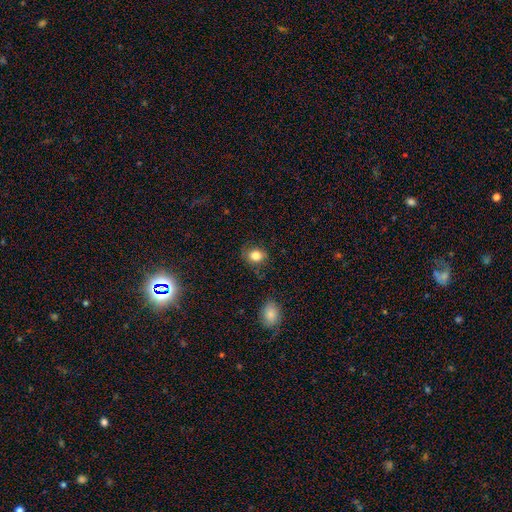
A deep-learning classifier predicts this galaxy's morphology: The model was most divided on "how rounded": round: 54%, in between: 45%, cigar-shaped: 1%. More confident: smooth or featured — smooth (82%); merging — none (72%).